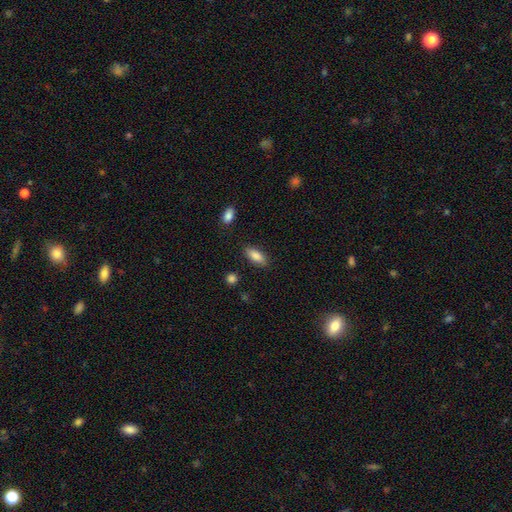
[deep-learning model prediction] The model was most divided on "how rounded": in between: 76%, cigar-shaped: 22%, round: 2%. More confident: smooth or featured — smooth (85%); merging — none (85%).